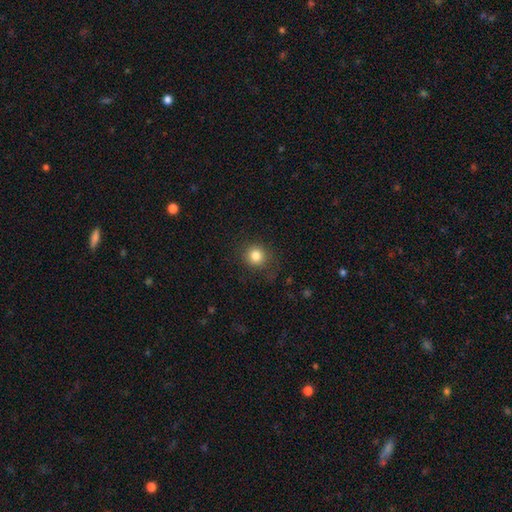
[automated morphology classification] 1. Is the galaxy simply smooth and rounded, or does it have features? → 82% smooth, 11% star or artifact, 7% featured or disk.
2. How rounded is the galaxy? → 88% round, 11% in between, 1% cigar-shaped.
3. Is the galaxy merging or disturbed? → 80% none, 13% minor disturbance, 6% major disturbance, 1% merger.